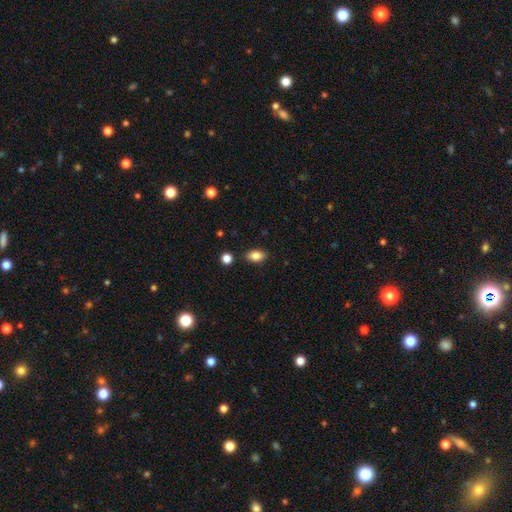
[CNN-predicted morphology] Overall: smooth (84%). How rounded: in between (89%). Merging: none (86%).